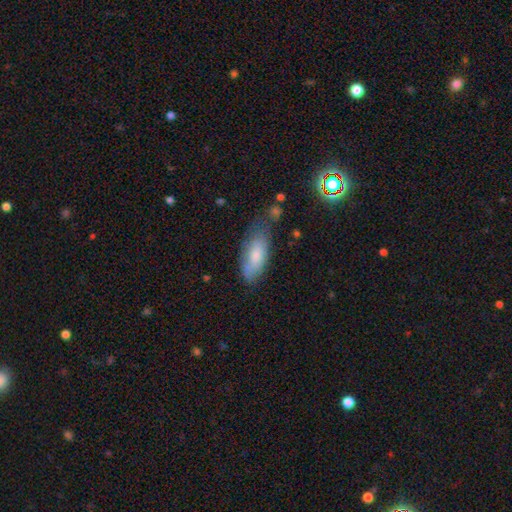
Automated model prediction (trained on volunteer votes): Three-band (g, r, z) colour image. It shows a smooth galaxy with no disk features (74%) that is in between round and cigar-shaped (78%). Merging: none (56%).